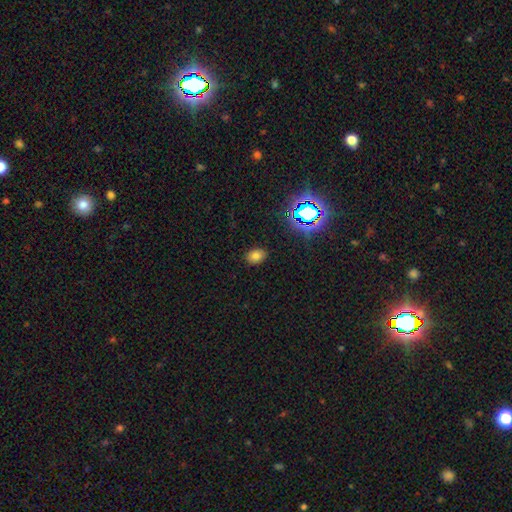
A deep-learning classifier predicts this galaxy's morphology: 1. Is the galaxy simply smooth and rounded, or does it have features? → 74% smooth, 19% star or artifact, 7% featured or disk.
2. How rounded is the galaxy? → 73% in between, 26% round, 1% cigar-shaped.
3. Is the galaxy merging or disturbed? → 87% none, 9% minor disturbance, 3% major disturbance, 1% merger.